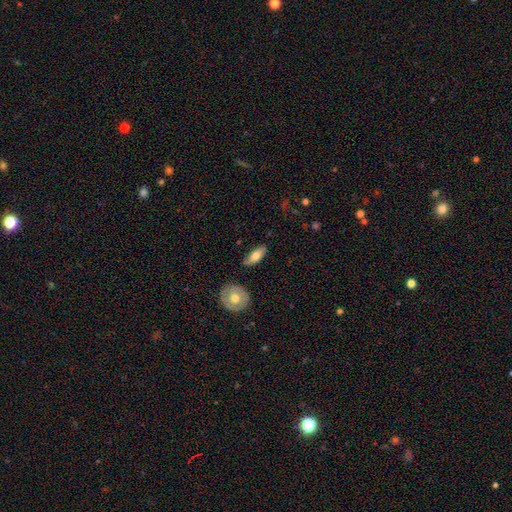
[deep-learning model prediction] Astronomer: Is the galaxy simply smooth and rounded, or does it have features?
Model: smooth — 72%.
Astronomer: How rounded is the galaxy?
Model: in between — 76%.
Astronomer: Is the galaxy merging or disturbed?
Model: none — 82%.